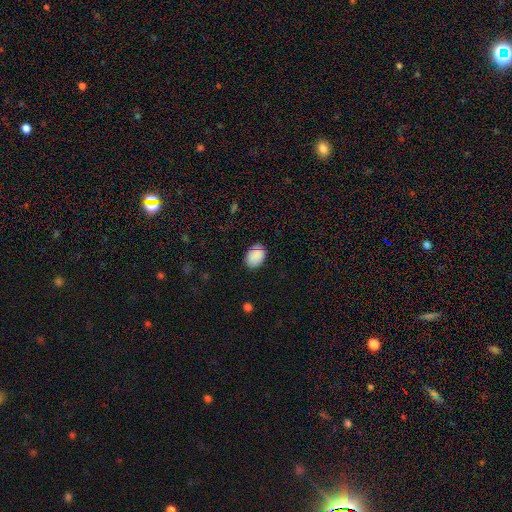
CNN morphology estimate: Smooth or featured?
  - smooth: 87% *
  - star or artifact: 8%
  - featured or disk: 5%
How rounded?
  - in between: 73% *
  - round: 26%
  - cigar-shaped: 1%
Merging?
  - none: 78% *
  - minor disturbance: 17%
  - major disturbance: 3%
  - merger: 1%